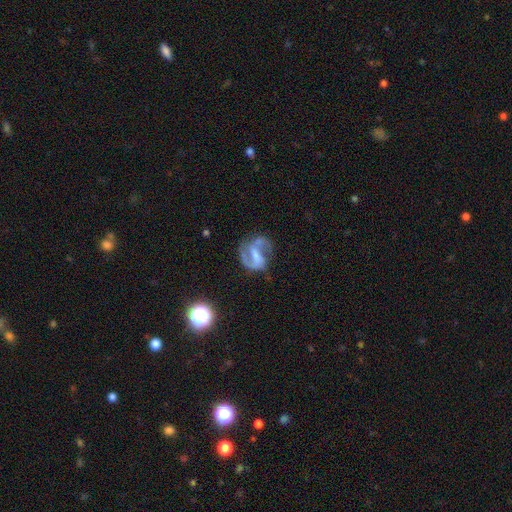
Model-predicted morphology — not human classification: Smooth or featured? featured or disk (83%)
Edge-on disk? no (98%)
Bar? weak (41%, tied with strong)
Spiral arms? yes (93%)
Spiral winding? medium (53%)
Spiral arm count? 2 (87%)
Bulge size? none (43%)
Merging? none (59%)